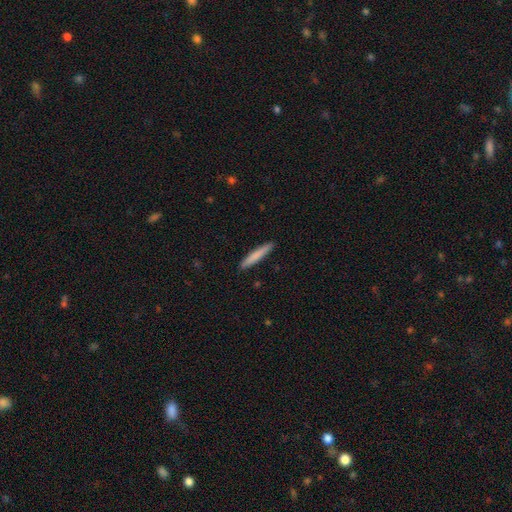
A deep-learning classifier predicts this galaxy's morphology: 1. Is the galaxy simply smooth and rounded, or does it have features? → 78% smooth, 16% featured or disk, 5% star or artifact.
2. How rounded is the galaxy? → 94% cigar-shaped, 5% in between, 1% round.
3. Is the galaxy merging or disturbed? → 90% none, 7% minor disturbance, 1% major disturbance, 1% merger.